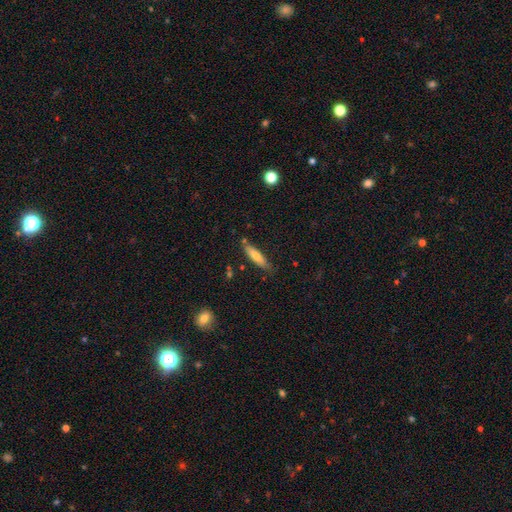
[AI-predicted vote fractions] Smooth or featured: smooth — 69% (featured or disk — 24%)
How rounded: cigar-shaped — 71% (in between — 27%)
Merging: none — 75% (minor disturbance — 17%)